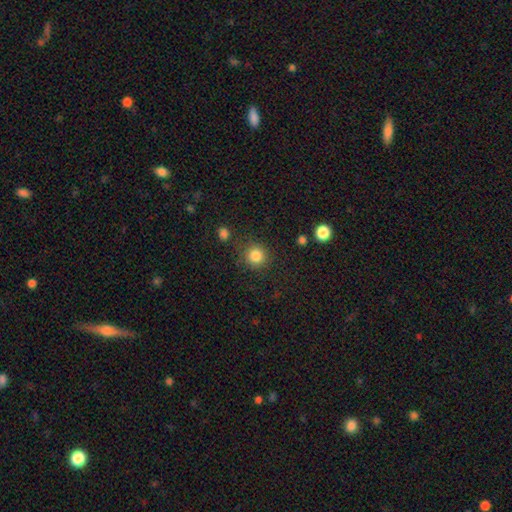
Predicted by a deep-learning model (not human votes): smooth_or_featured: smooth (p=0.84) [alt: star or artifact p=0.11]
how_rounded: round (p=0.93) [alt: in between p=0.07]
merging: none (p=0.86) [alt: minor disturbance p=0.08]